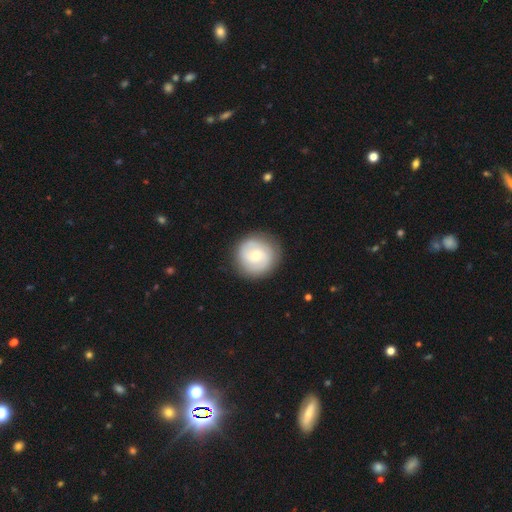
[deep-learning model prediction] This is possibly a featured or disk galaxy (51%). It is clearly not viewed edge-on (98%). Merging: clearly none (88%).